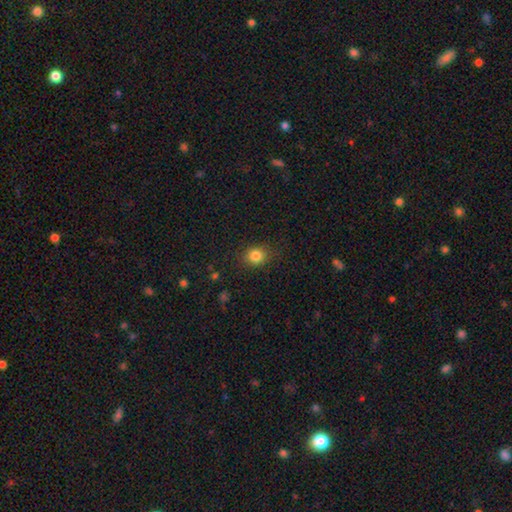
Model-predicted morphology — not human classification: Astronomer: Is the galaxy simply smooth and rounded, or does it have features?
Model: smooth — 84%.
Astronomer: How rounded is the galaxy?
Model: round — 70%.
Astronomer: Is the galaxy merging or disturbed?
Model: none — 84%.